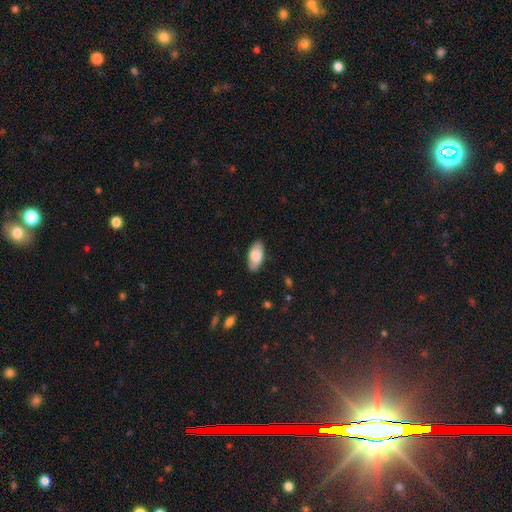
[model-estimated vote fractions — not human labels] Smooth or featured? smooth (76%)
How rounded? in between (93%)
Merging? none (82%)